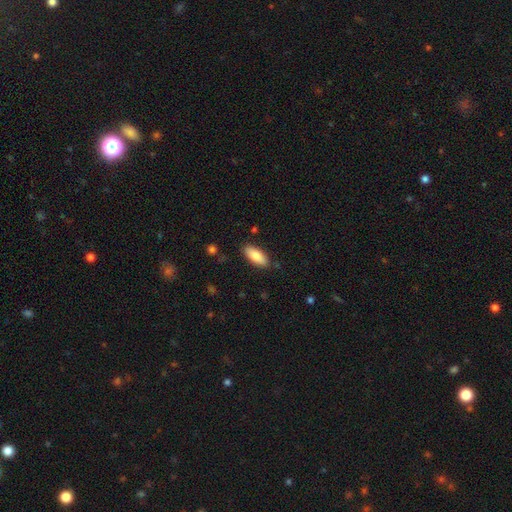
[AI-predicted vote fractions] Smooth or featured? Predicted: smooth (p=0.82). How rounded? Predicted: in between (p=0.80). Merging? Predicted: none (p=0.86).